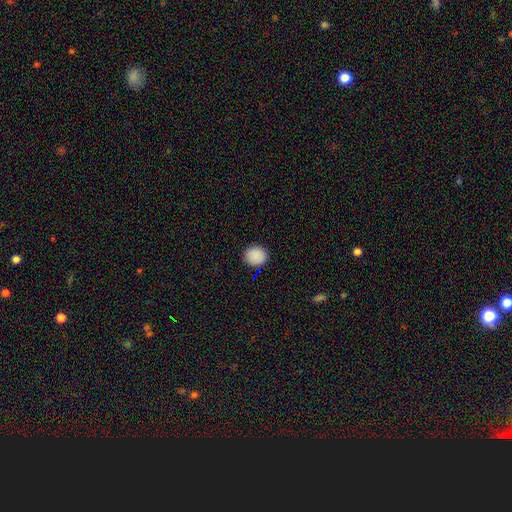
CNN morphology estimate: A smooth galaxy with no disk features (89%) that is round (78%). Merging: none (89%).